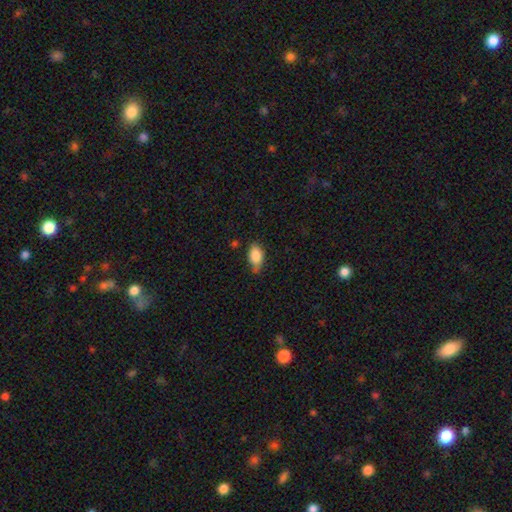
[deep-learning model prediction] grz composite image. It shows a smooth galaxy with no disk features (85%) that is in between round and cigar-shaped (91%). Merging: none (60%).